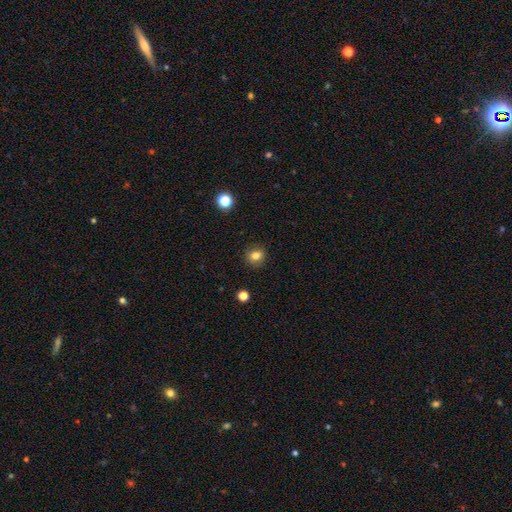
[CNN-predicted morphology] smooth_or_featured: smooth (p=0.81) [alt: star or artifact p=0.12]
how_rounded: round (p=0.78) [alt: in between p=0.21]
merging: none (p=0.89) [alt: minor disturbance p=0.08]